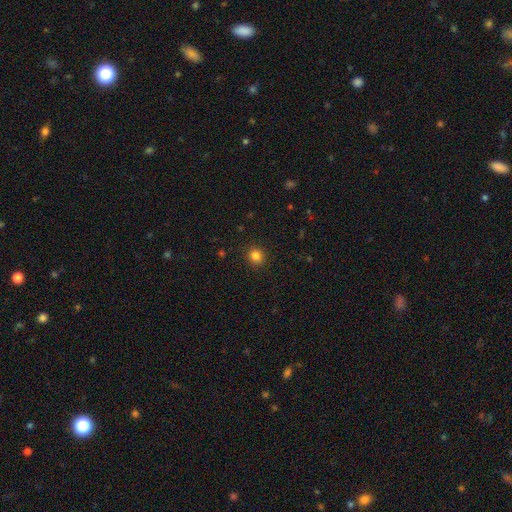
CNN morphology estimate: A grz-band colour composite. It shows a smooth galaxy with no disk features (83%) that is round (84%). Merging: none (91%).